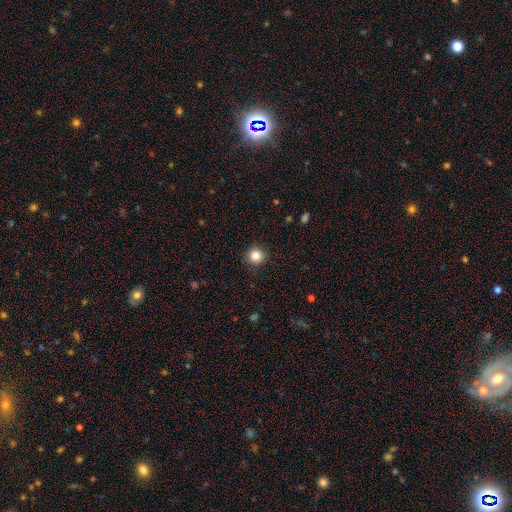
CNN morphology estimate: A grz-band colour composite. It shows a smooth galaxy with no disk features (85%) that is round (93%). Merging: none (90%).